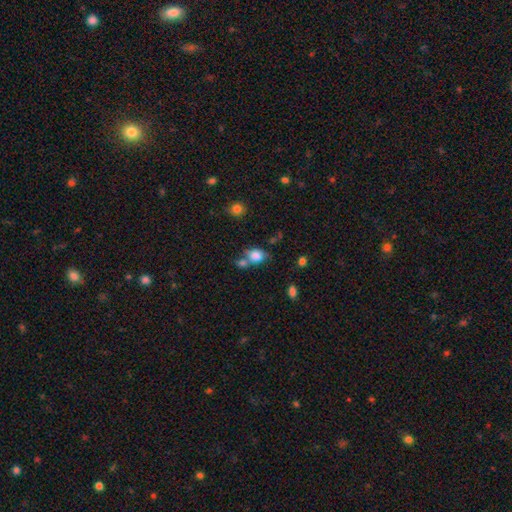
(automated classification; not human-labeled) smooth_or_featured: smooth (p=0.79) [alt: featured or disk p=0.11]
how_rounded: in between (p=0.63) [alt: round p=0.35]
merging: merger (p=0.39) [alt: none p=0.38]